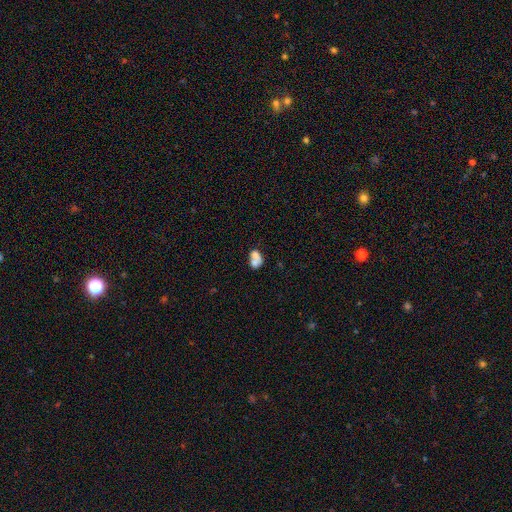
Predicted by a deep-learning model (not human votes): smooth 66%, featured or disk 24%, star or artifact 10%. Down the decision tree: how rounded — in between (69%); merging — merger (55%).